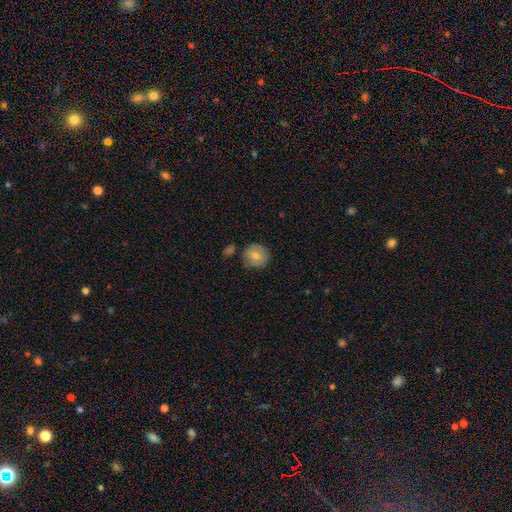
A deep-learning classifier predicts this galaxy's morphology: Smooth or featured? smooth (74%)
How rounded? round (90%)
Merging? none (76%)